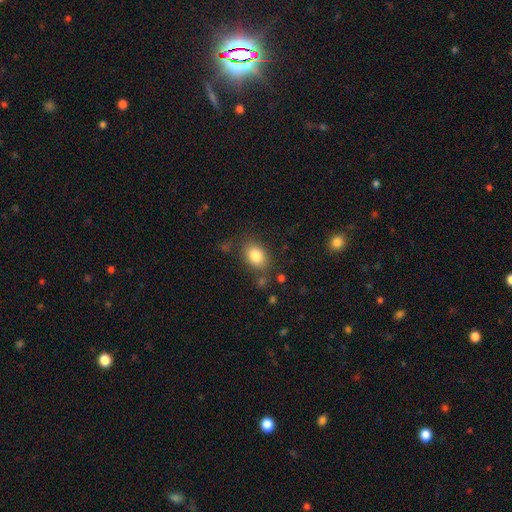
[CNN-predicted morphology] A smooth galaxy with no disk features (83%) that is in between round and cigar-shaped (71%). Merging: none (77%).